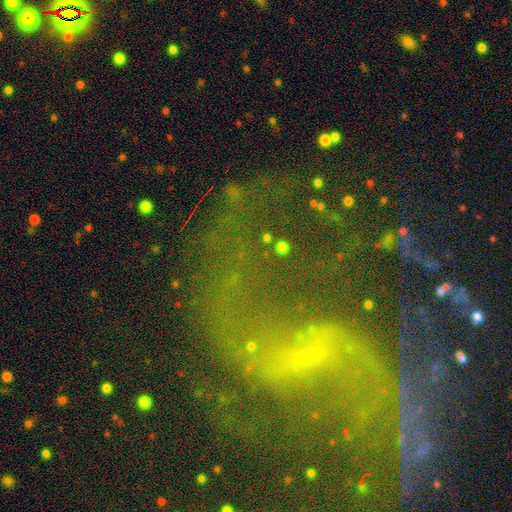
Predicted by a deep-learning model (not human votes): Morphology: type=featured or disk (85%); edge-on=no (98%); bar=weak (46%); spiral arms=yes (94%); winding=loose (56%); arm count=2 (85%); bulge=small (47%); merging=none (57%).